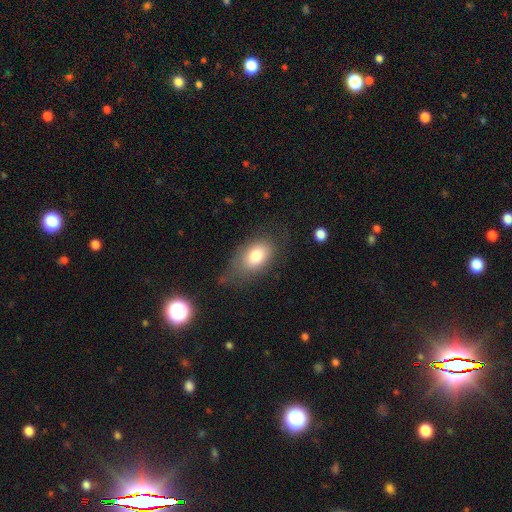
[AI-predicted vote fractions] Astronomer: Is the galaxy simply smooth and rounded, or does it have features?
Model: smooth — 77%.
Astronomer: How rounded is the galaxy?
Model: in between — 86%.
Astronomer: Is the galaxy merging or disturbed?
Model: none — 56%.